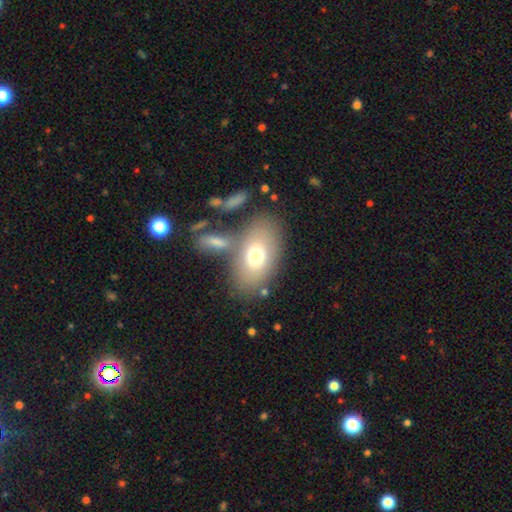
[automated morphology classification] Q: Smooth or featured?
A: smooth (70%); runner-up: featured or disk (21%)
Q: How rounded?
A: in between (83%); runner-up: round (14%)
Q: Merging?
A: none (63%); runner-up: merger (18%)